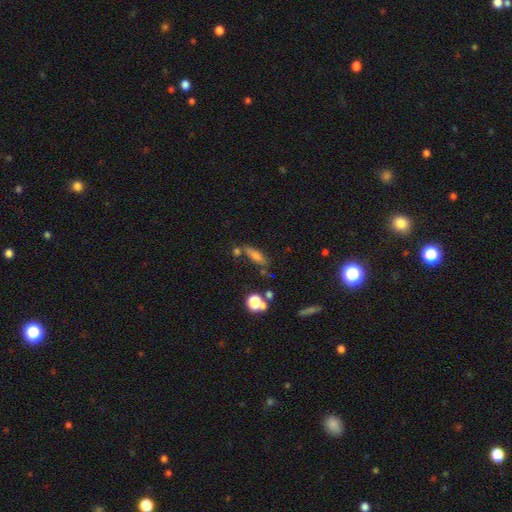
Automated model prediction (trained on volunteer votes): This appears to be a smooth galaxy with no disk features (64%) that is cigar-shaped (53%). Merging: none (59%).